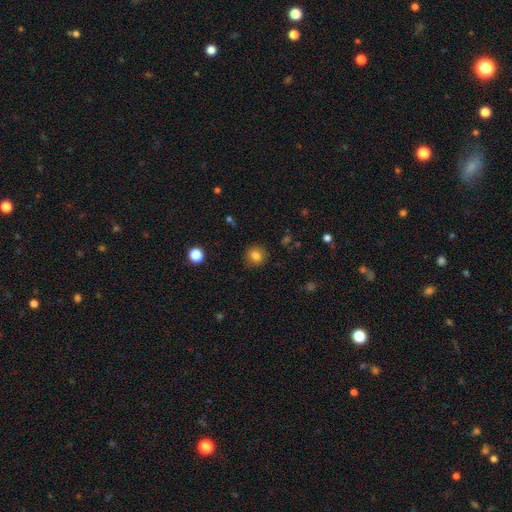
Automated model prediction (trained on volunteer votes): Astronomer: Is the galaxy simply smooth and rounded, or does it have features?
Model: smooth — 81%.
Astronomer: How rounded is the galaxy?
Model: round — 88%.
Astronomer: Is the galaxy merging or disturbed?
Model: none — 88%.